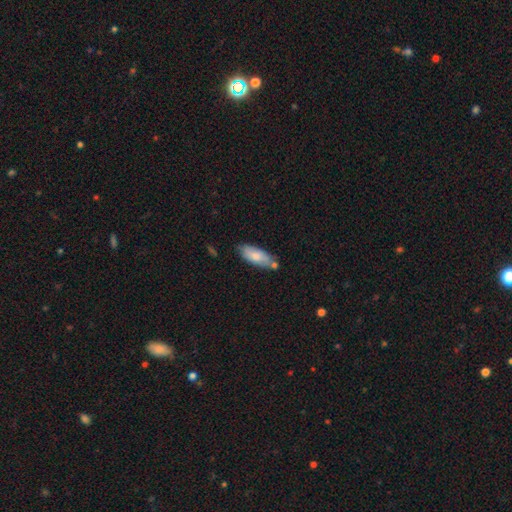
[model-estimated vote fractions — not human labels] smooth-or-featured: smooth: 77% | featured or disk: 17% | star or artifact: 6%
  how-rounded: in between: 78% | cigar-shaped: 20% | round: 2%
  merging: none: 64% | minor disturbance: 20% | merger: 12% | major disturbance: 4%